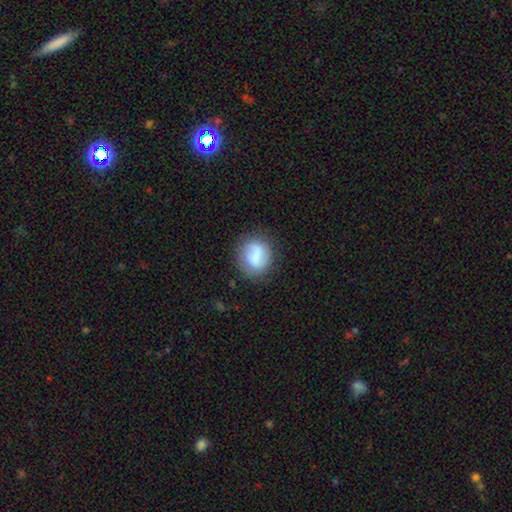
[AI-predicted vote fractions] smooth_or_featured: smooth (p=0.70) [alt: featured or disk p=0.22]
how_rounded: round (p=0.76) [alt: in between p=0.23]
merging: none (p=0.74) [alt: minor disturbance p=0.17]